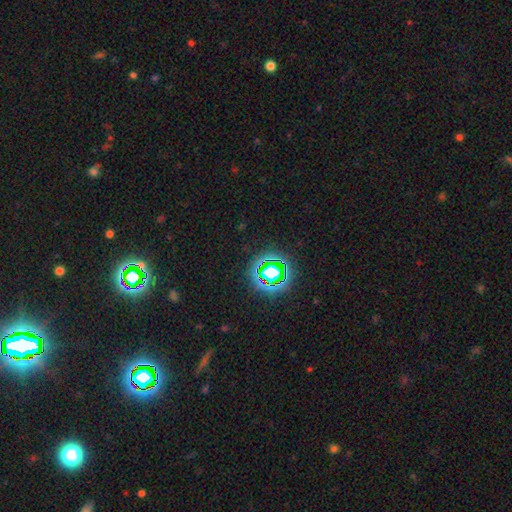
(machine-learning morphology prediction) A star or artifact, not a galaxy (78%).

Vote fractions:
- Smooth or featured? star or artifact: 78% / smooth: 16% / featured or disk: 7%